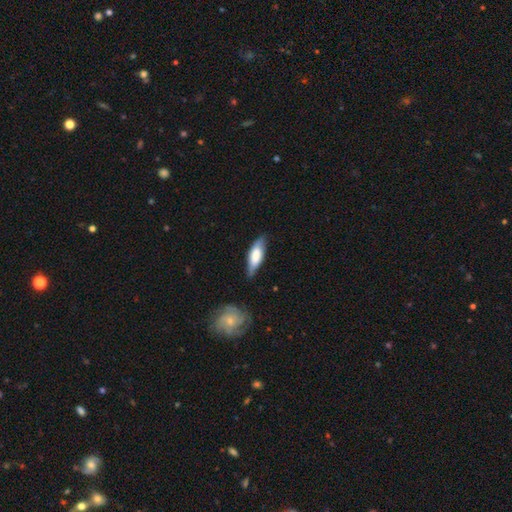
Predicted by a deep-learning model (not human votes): smooth 62%, featured or disk 32%, star or artifact 6%. Down the decision tree: how rounded — in between (57%); merging — none (70%).